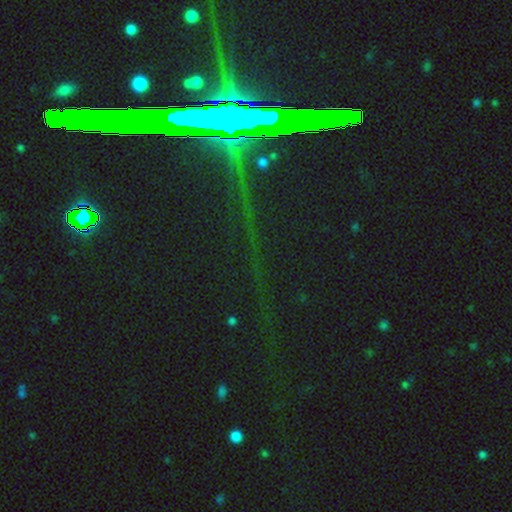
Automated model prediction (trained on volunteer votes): A star or artifact, not a galaxy (78%).

Vote fractions:
- Smooth or featured? star or artifact: 78% / featured or disk: 12% / smooth: 10%